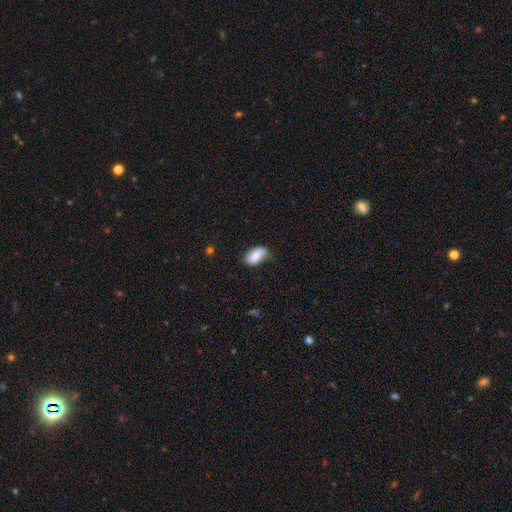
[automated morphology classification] smooth_or_featured: smooth (p=0.75) [alt: featured or disk p=0.18]
how_rounded: in between (p=0.92) [alt: round p=0.05]
merging: none (p=0.53) [alt: minor disturbance p=0.35]